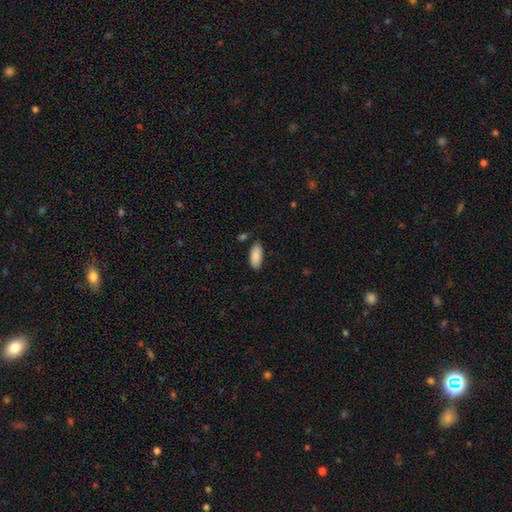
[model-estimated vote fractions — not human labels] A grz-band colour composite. It shows a smooth galaxy with no disk features (88%) that is in between round and cigar-shaped (88%). Merging: none (81%).